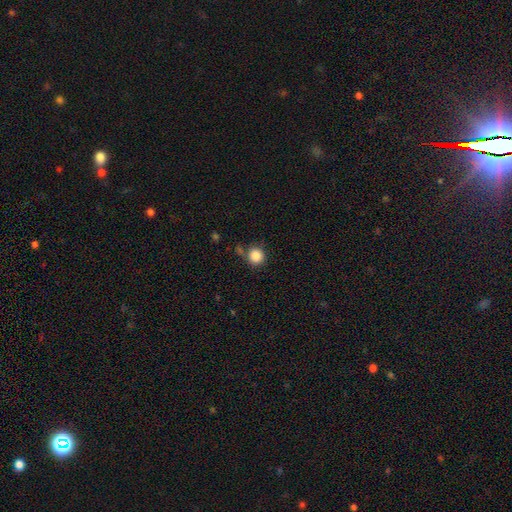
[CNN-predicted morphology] A smooth galaxy with no disk features (86%) that is round (91%). Merging: none (74%).